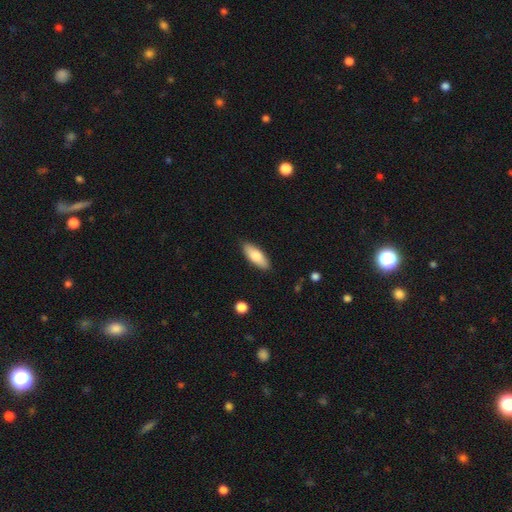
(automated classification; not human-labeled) Morphology: type=smooth (77%); roundness=in between (71%); merging=none (88%).